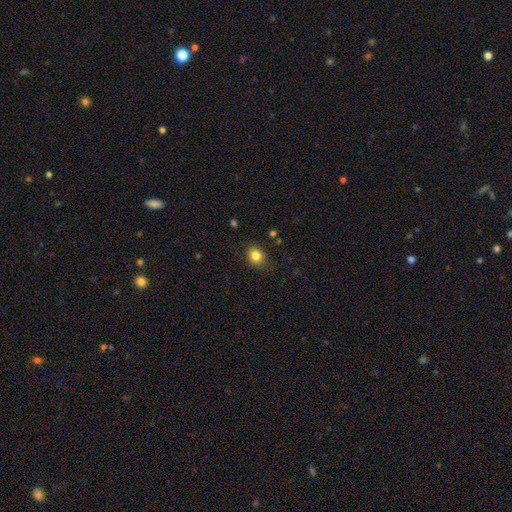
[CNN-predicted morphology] Smooth or featured?
  - smooth: 83% *
  - star or artifact: 11%
  - featured or disk: 5%
How rounded?
  - round: 71% *
  - in between: 28%
  - cigar-shaped: 1%
Merging?
  - none: 86% *
  - minor disturbance: 10%
  - major disturbance: 3%
  - merger: 1%